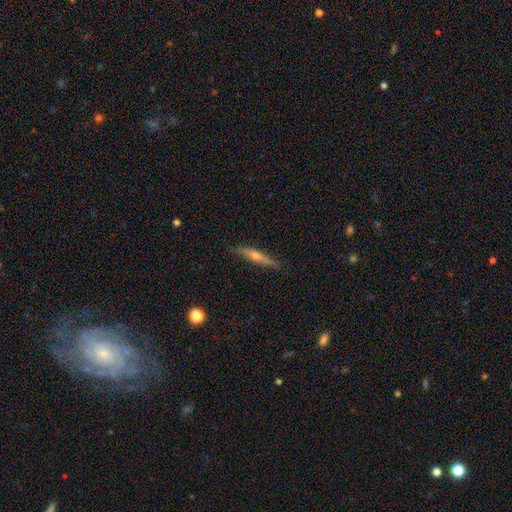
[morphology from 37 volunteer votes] smooth_or_featured: featured or disk (p=0.65) [alt: smooth p=0.32]
disk_edge_on: yes (p=0.88) [alt: no p=0.12]
edge_on_bulge: rounded (p=0.57) [alt: none p=0.24]
merging: none (p=0.83) [alt: minor disturbance p=0.17]